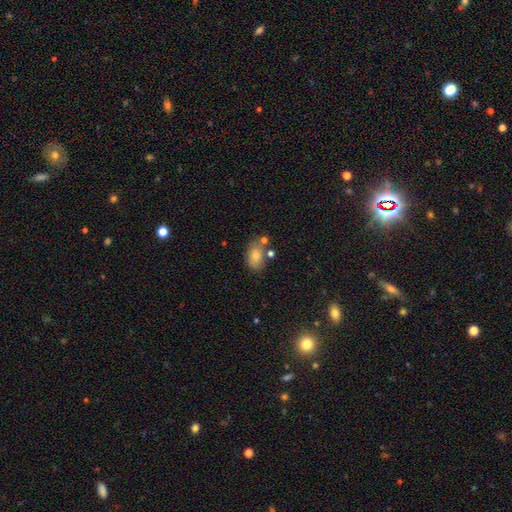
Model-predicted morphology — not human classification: Overall: smooth (77%). How rounded: in between (85%). Merging: none (52%; minor disturbance 22%).